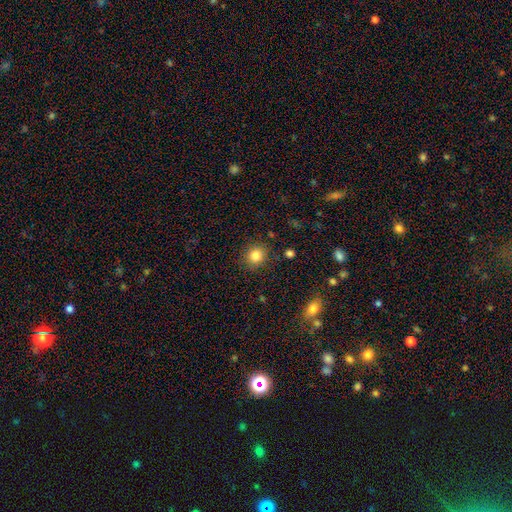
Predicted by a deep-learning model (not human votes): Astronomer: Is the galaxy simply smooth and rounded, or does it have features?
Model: smooth — 83%.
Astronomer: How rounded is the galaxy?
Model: round — 83%.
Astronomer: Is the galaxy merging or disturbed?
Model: none — 87%.